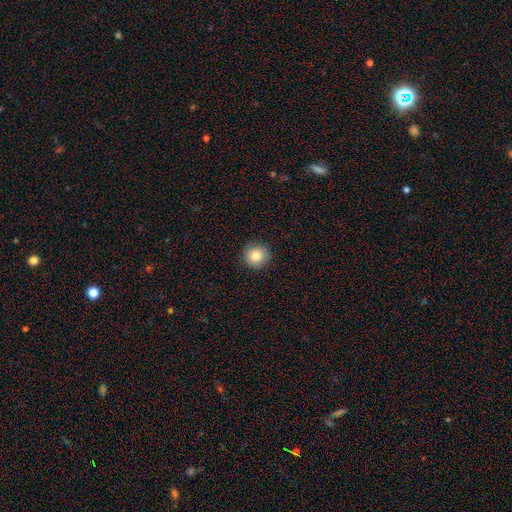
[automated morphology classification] Smooth or featured: smooth — 84% (star or artifact — 9%)
How rounded: round — 92% (in between — 7%)
Merging: none — 90% (minor disturbance — 7%)